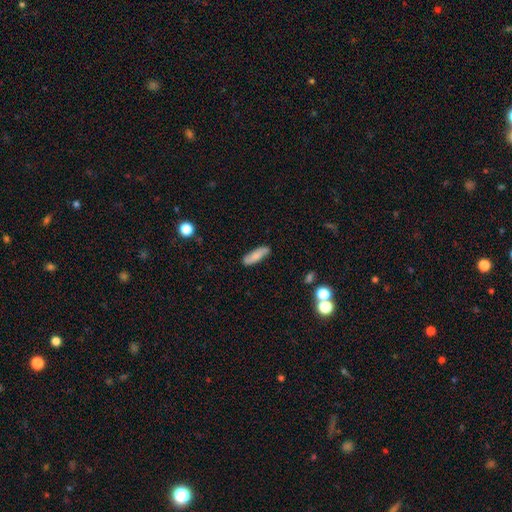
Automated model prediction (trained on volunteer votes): smooth-or-featured: smooth: 73% | featured or disk: 20% | star or artifact: 6%
  how-rounded: cigar-shaped: 53% | in between: 45% | round: 2%
  merging: none: 84% | minor disturbance: 12% | major disturbance: 2% | merger: 2%